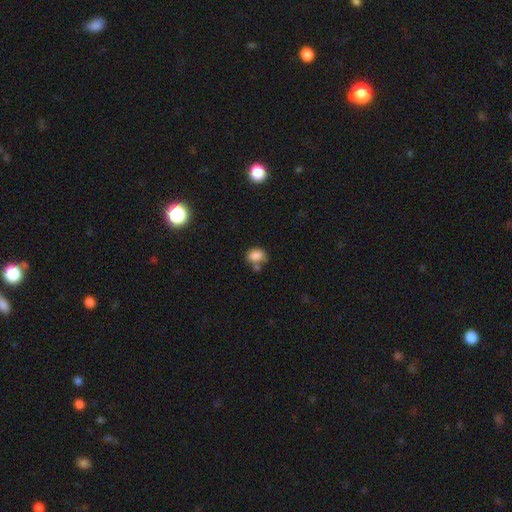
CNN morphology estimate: This appears to be a smooth galaxy with no disk features (83%) that is in between round and cigar-shaped (63%). Merging: none (53%).